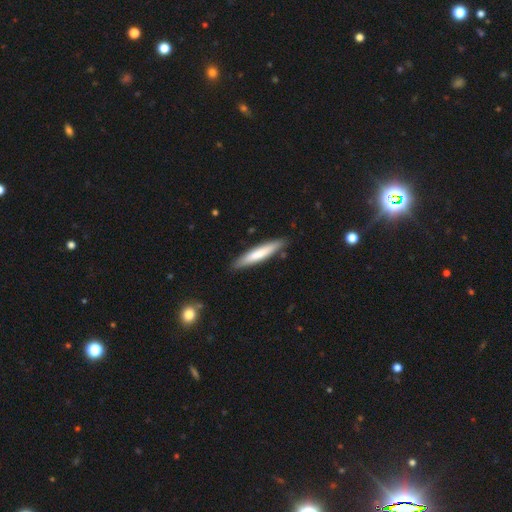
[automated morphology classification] The model was most divided on "smooth or featured": smooth: 65%, featured or disk: 29%, star or artifact: 6%. More confident: how rounded — cigar-shaped (92%); merging — none (88%).